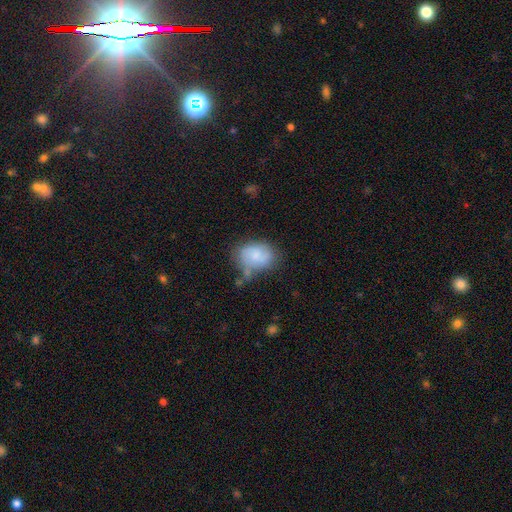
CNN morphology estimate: This is likely a smooth galaxy (70%). How rounded: likely in between (69%). Merging: marginally none (44%).